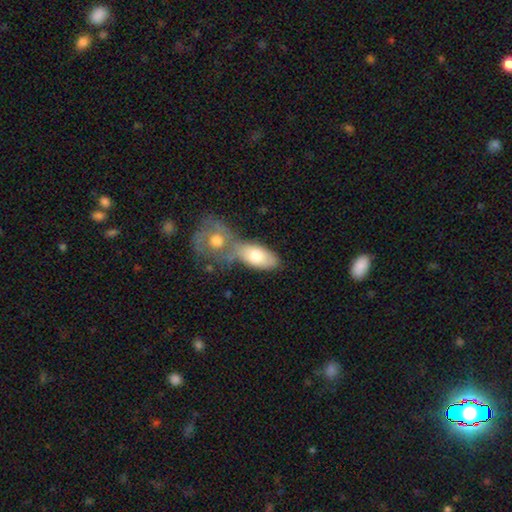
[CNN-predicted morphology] The model was most divided on "merging": merger: 46%, none: 37%, minor disturbance: 12%, major disturbance: 5%. More confident: how rounded — in between (86%); smooth or featured — smooth (71%).